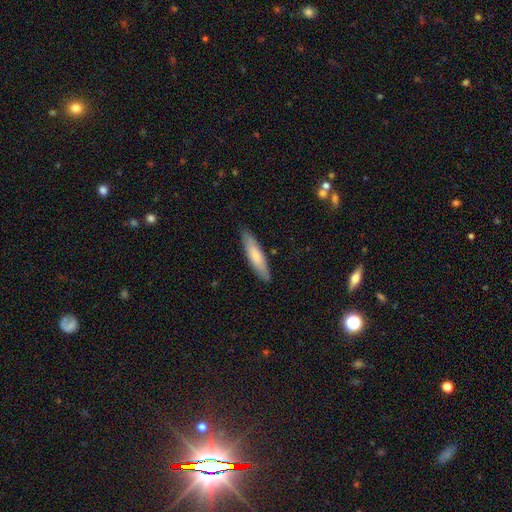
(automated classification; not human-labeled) smooth_or_featured: smooth (p=0.71) [alt: featured or disk p=0.23]
how_rounded: cigar-shaped (p=0.80) [alt: in between p=0.19]
merging: none (p=0.88) [alt: minor disturbance p=0.10]